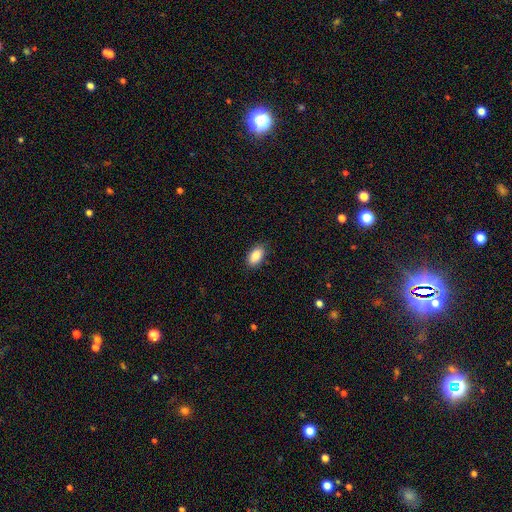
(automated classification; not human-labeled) Smooth or featured? smooth (89%)
How rounded? in between (93%)
Merging? none (84%)